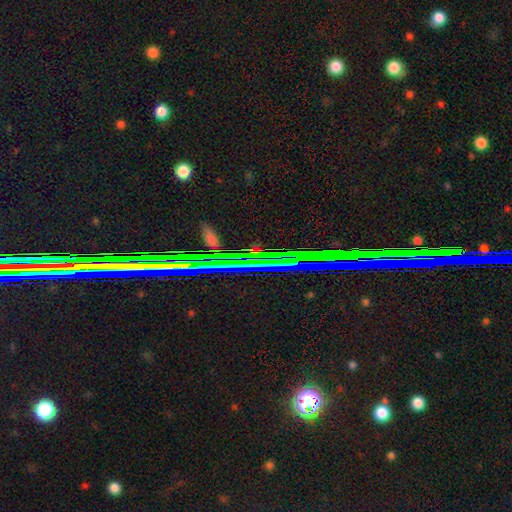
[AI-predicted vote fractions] A star or artifact, not a galaxy (67%).